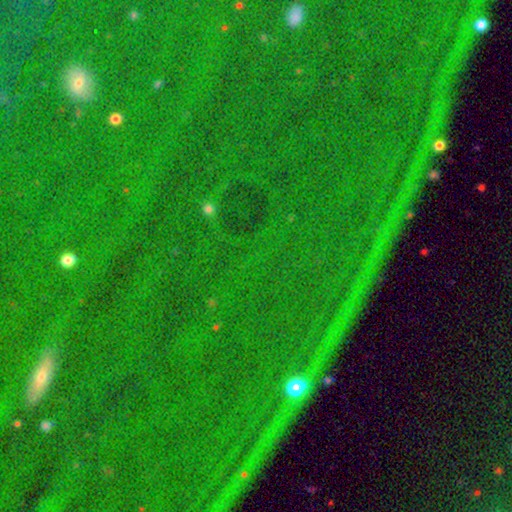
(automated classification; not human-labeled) The model was most divided on "smooth or featured": star or artifact: 82%, smooth: 10%, featured or disk: 7%.